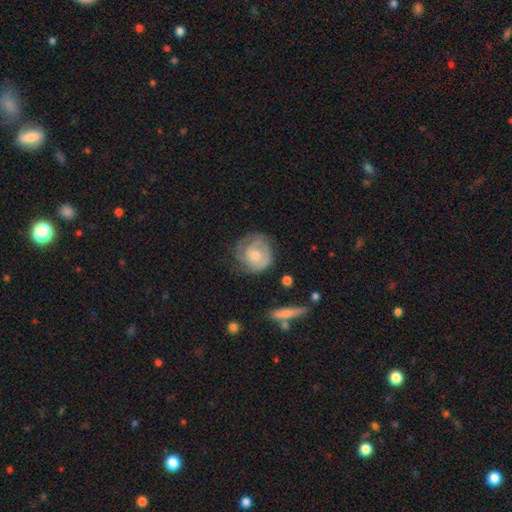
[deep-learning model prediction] Overall: featured or disk (57%; smooth 37%). Edge-on disk: no (97%). Bar: no (78%). Spiral arms: yes (78%). Bulge size: moderate (51%; small 40%). Merging: none (61%; minor disturbance 24%).